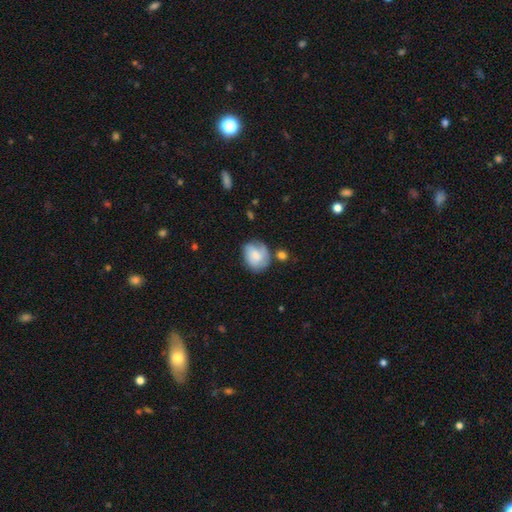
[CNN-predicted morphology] Q: Smooth or featured?
A: smooth (58%); runner-up: featured or disk (35%)
Q: How rounded?
A: round (56%); runner-up: in between (43%)
Q: Merging?
A: none (57%); runner-up: minor disturbance (26%)